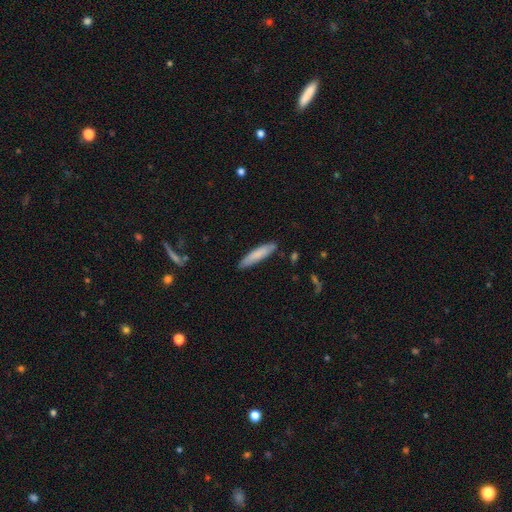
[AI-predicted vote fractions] Overall: smooth (79%). How rounded: cigar-shaped (86%). Merging: none (85%).